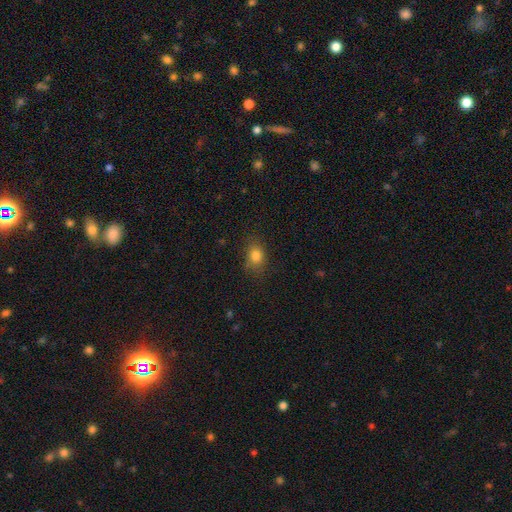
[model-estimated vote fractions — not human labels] Smooth or featured? Predicted: smooth (p=0.81). How rounded? Predicted: in between (p=0.59). Merging? Predicted: none (p=0.78).